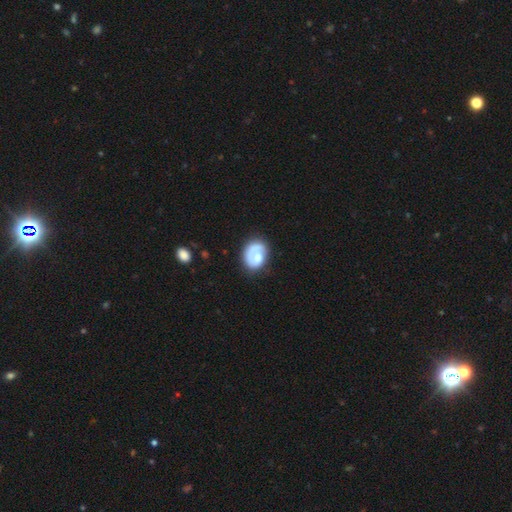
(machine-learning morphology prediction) A featured or disk galaxy (52%) with no bar (82%), spiral arms (67%) and a moderate central bulge (48%).

Vote fractions:
- Smooth or featured? featured or disk: 52% / smooth: 42% / star or artifact: 6%
- Edge-on disk? no: 98% / yes: 2%
- Bar? no: 82% / weak: 15% / strong: 3%
- Spiral arms? yes: 67% / no: 33%
- Bulge size? moderate: 48% / small: 22% / large: 16% / none: 11% / dominant: 3%
- Merging? none: 58% / minor disturbance: 21% / major disturbance: 16% / merger: 5%